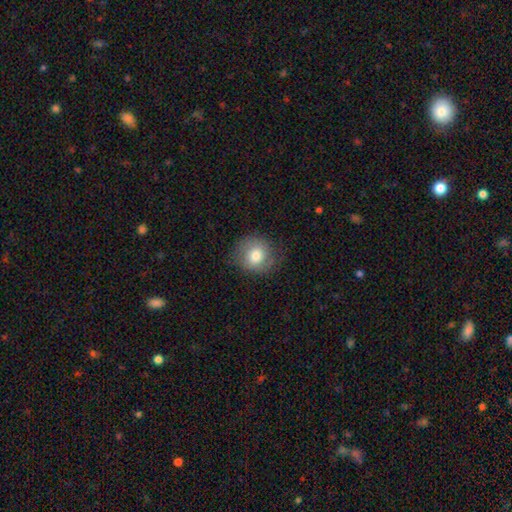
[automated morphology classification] A smooth galaxy with no disk features (72%) that is round (78%).

Vote fractions:
- Smooth or featured? smooth: 72% / featured or disk: 19% / star or artifact: 8%
- How rounded? round: 78% / in between: 21% / cigar-shaped: 1%
- Merging? none: 75% / minor disturbance: 18% / major disturbance: 7% / merger: 1%